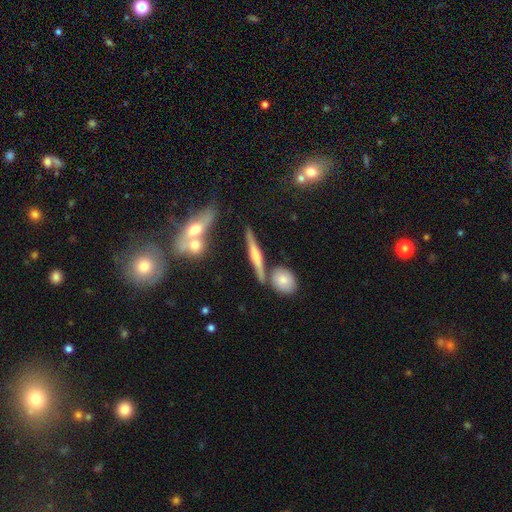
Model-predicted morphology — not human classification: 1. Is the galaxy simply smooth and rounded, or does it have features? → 65% featured or disk, 27% smooth, 8% star or artifact.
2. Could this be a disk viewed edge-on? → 94% yes, 6% no.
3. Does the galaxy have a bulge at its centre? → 62% rounded, 22% boxy, 16% none.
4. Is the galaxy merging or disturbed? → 73% none, 12% minor disturbance, 11% merger, 4% major disturbance.